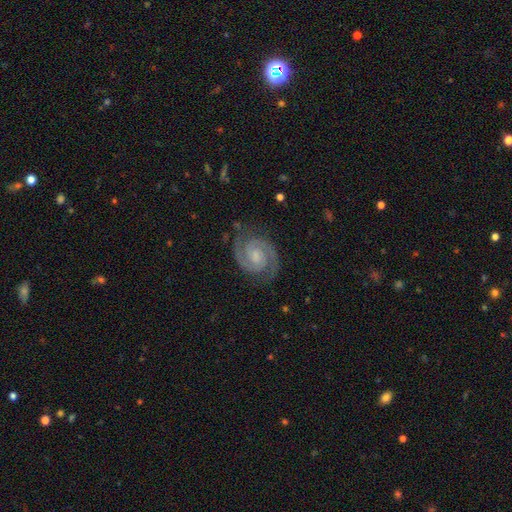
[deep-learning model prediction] Morphology: type=featured or disk (92%); edge-on=no (98%); bar=no (45%); spiral arms=yes (99%); winding=tight (57%); arm count=2 (94%); bulge=small (46%); merging=none (83%).